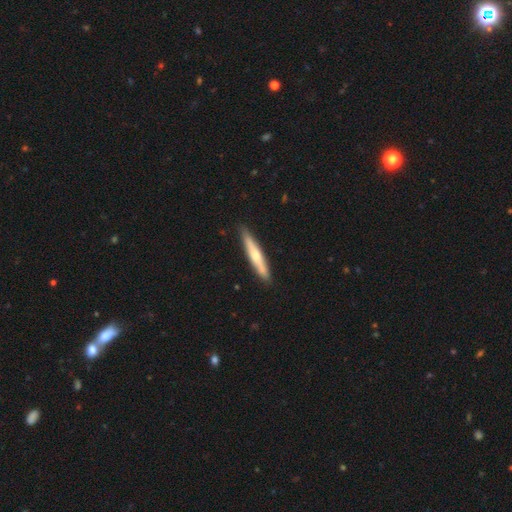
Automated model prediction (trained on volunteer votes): smooth_or_featured: smooth (p=0.50) [alt: featured or disk p=0.45]
how_rounded: cigar-shaped (p=0.93) [alt: in between p=0.06]
merging: none (p=0.89) [alt: minor disturbance p=0.08]